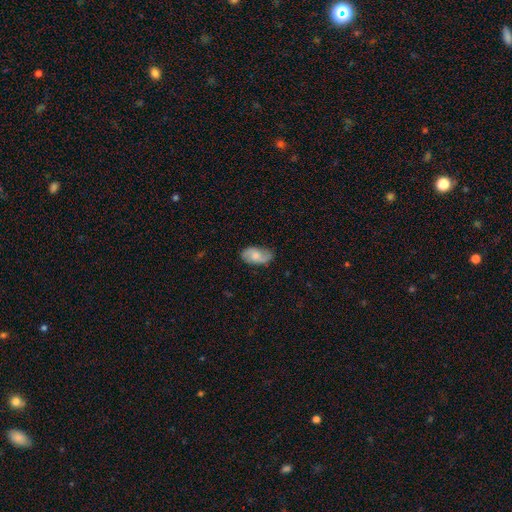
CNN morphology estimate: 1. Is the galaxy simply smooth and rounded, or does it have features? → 50% smooth, 43% featured or disk, 7% star or artifact.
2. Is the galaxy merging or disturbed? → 75% none, 19% minor disturbance, 4% major disturbance, 1% merger.